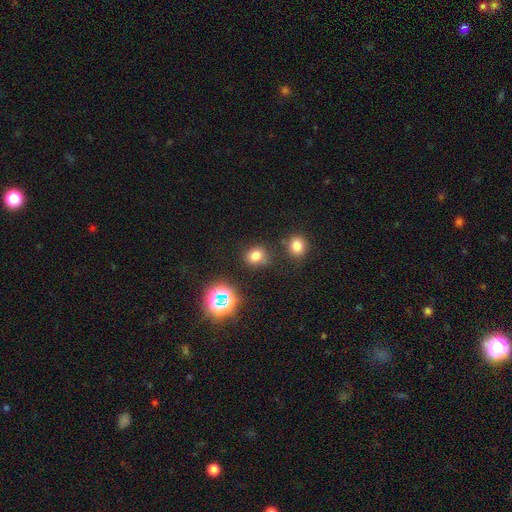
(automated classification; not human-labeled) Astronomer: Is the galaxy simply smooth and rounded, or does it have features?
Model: smooth — 72%.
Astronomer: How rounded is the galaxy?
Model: round — 65%.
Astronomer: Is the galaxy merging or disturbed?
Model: none — 73%.